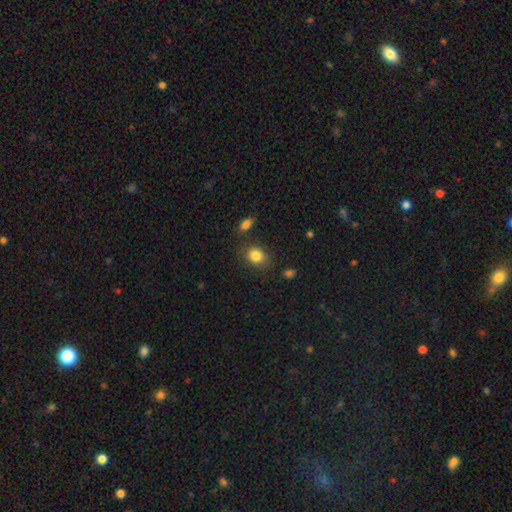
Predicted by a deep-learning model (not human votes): Smooth or featured: smooth — 84% (star or artifact — 9%)
How rounded: in between — 56% (round — 43%)
Merging: none — 78% (minor disturbance — 14%)